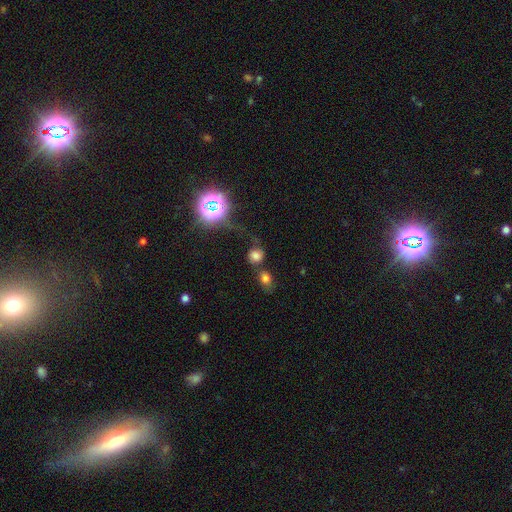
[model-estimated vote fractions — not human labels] A smooth galaxy with no disk features (67%) that is round (78%). Merging: none (57%).